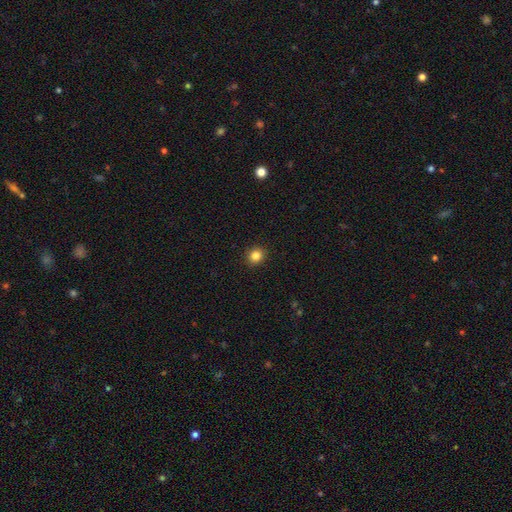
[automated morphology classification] type=smooth (83%); roundness=round (83%); merging=none (92%).